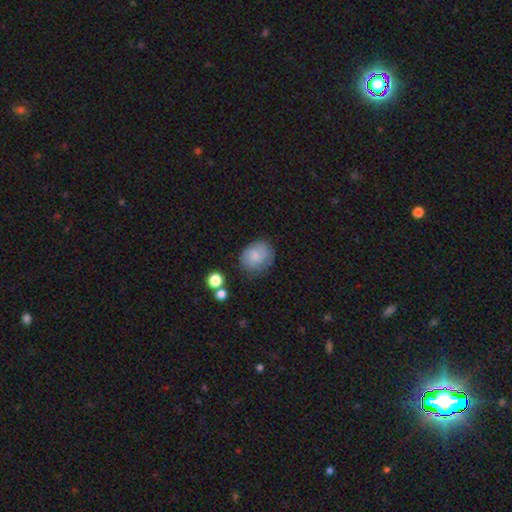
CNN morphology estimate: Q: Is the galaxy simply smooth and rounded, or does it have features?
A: smooth — 75%.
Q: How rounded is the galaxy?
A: round — 60%.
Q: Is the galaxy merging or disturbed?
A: none — 64%.